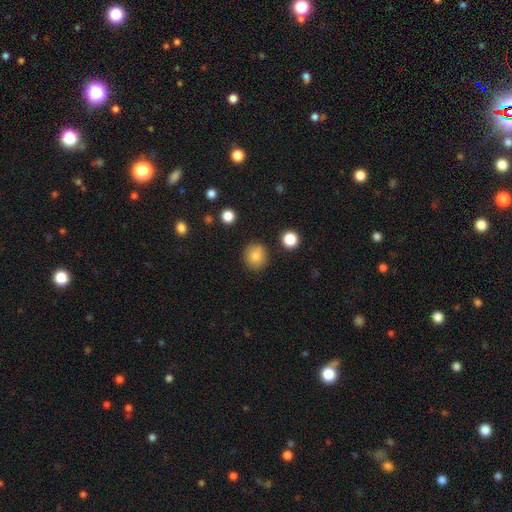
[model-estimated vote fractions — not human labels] Morphology: type=smooth (83%); roundness=round (87%); merging=none (84%).